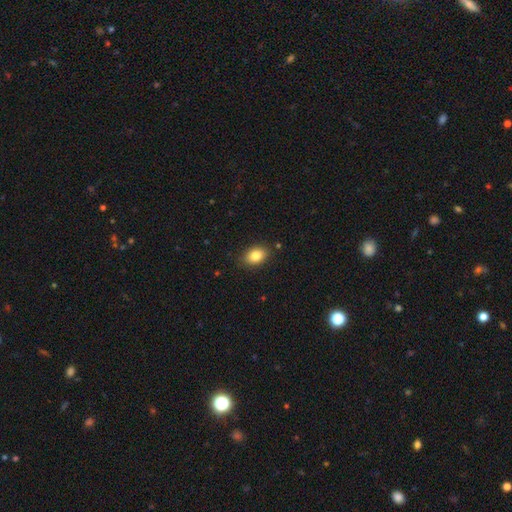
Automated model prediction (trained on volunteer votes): A smooth galaxy with no disk features (84%) that is in between round and cigar-shaped (81%).

Vote fractions:
- Smooth or featured? smooth: 84% / star or artifact: 9% / featured or disk: 8%
- How rounded? in between: 81% / round: 18% / cigar-shaped: 1%
- Merging? none: 86% / minor disturbance: 10% / major disturbance: 2% / merger: 1%